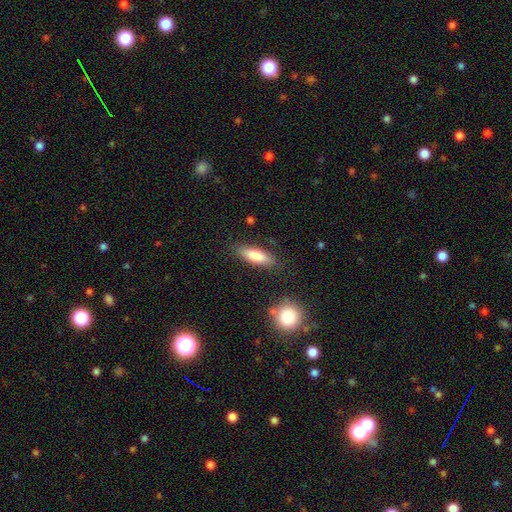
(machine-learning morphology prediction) This is clearly a smooth galaxy (81%). How rounded: possibly in between (57%). Merging: clearly none (82%).